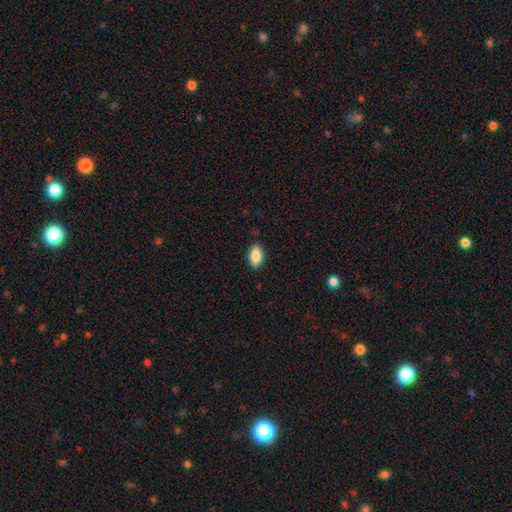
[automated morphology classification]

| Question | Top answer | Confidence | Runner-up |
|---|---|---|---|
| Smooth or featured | smooth | 87% | star or artifact (7%) |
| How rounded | in between | 92% | round (4%) |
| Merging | none | 88% | minor disturbance (9%) |